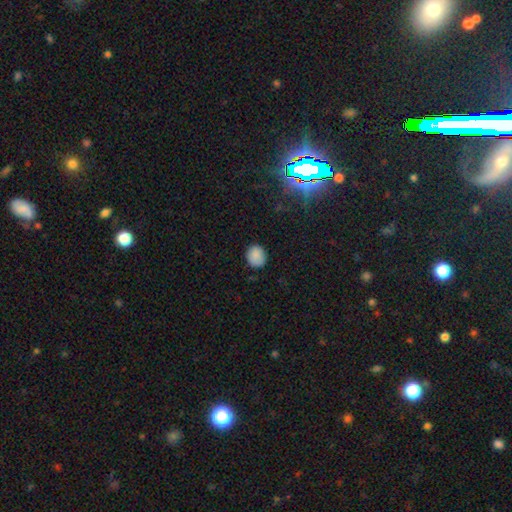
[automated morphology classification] This appears to be a smooth galaxy with no disk features (86%) that is round (72%). Merging: none (83%).